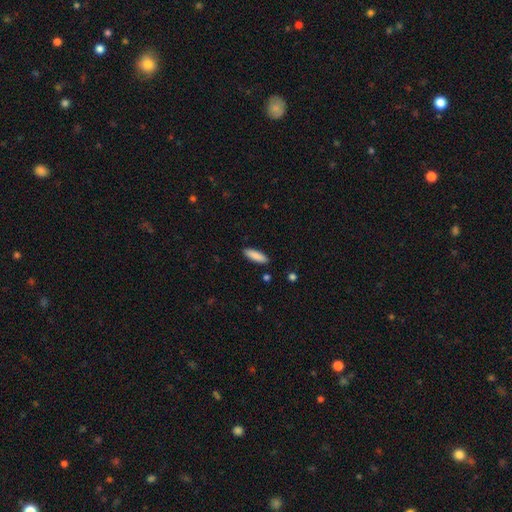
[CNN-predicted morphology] This appears to be a smooth galaxy with no disk features (89%) that is cigar-shaped (51%). Merging: none (90%).